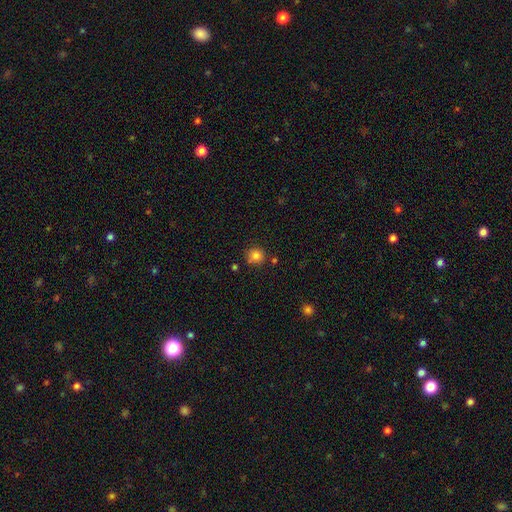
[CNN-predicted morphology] Q: Smooth or featured?
A: smooth (82%); runner-up: star or artifact (12%)
Q: How rounded?
A: round (90%); runner-up: in between (9%)
Q: Merging?
A: none (76%); runner-up: minor disturbance (13%)